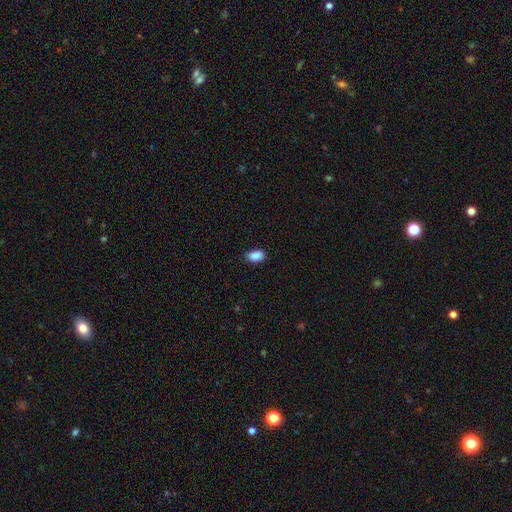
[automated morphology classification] Overall: smooth (89%). How rounded: in between (91%). Merging: none (83%).